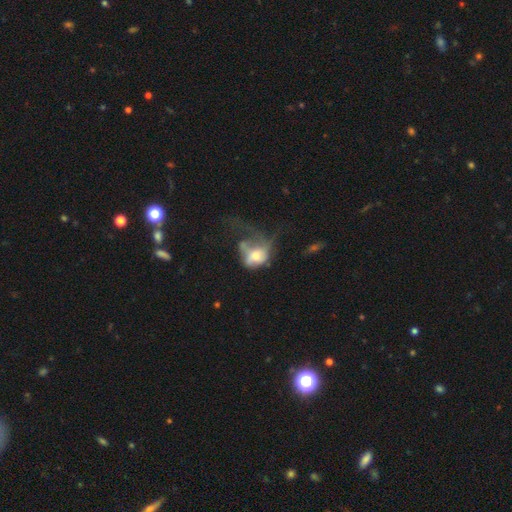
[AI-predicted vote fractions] This is possibly a smooth galaxy (53%). How rounded: possibly in between (54%). Merging: possibly major disturbance (57%).